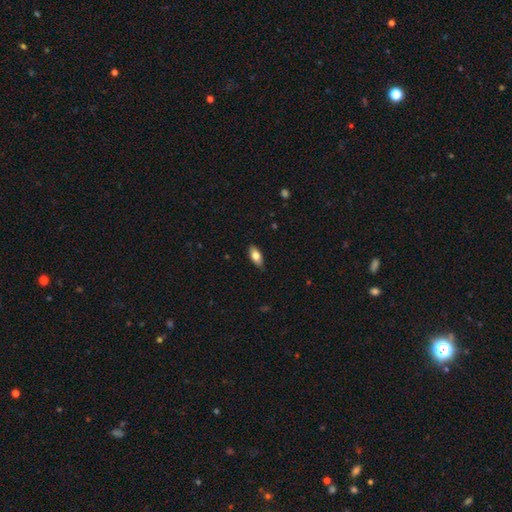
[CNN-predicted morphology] Smooth or featured? Predicted: smooth (p=0.77). How rounded? Predicted: in between (p=0.87). Merging? Predicted: none (p=0.85).